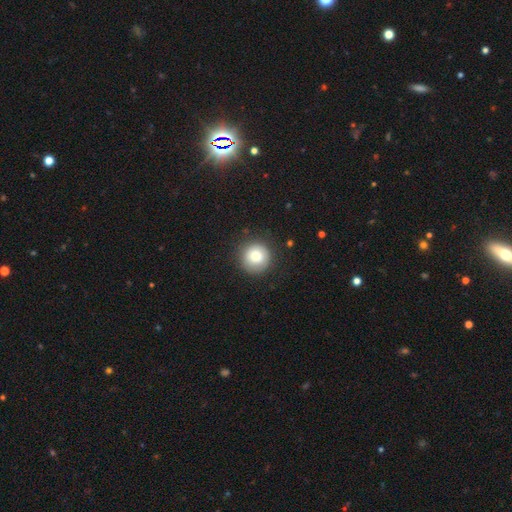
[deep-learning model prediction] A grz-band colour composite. It shows a smooth galaxy with no disk features (82%) that is round (95%). Merging: none (87%).